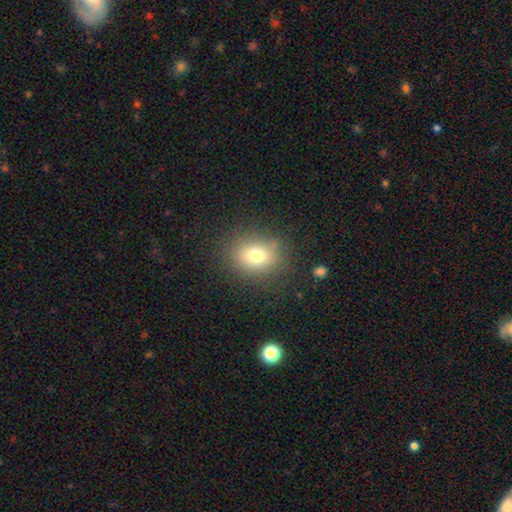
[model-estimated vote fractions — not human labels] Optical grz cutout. It shows a smooth galaxy with no disk features (77%) that is round (52%). Merging: none (83%).